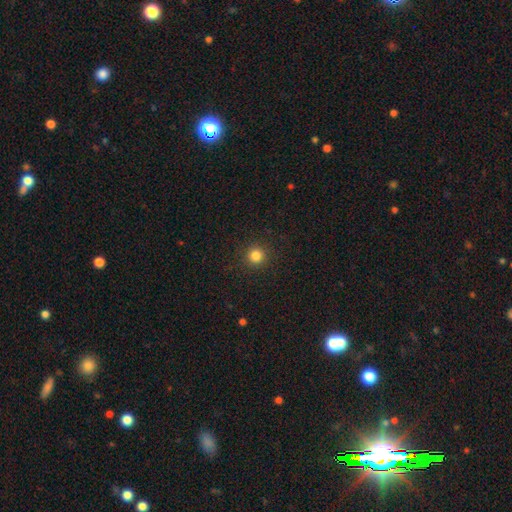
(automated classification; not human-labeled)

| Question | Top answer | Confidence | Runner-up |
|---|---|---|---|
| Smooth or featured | smooth | 83% | star or artifact (13%) |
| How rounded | round | 95% | in between (4%) |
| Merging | none | 91% | minor disturbance (5%) |